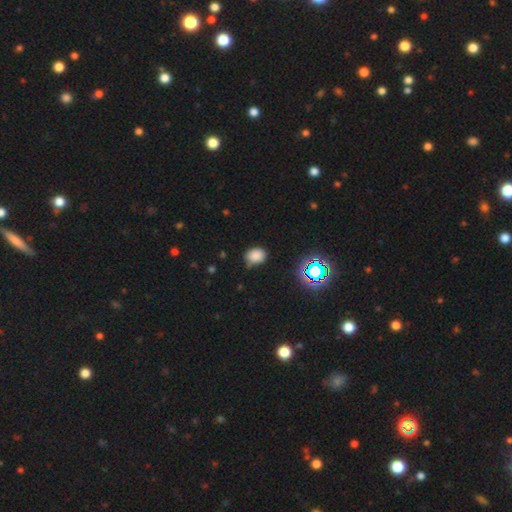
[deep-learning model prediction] Q: Smooth or featured?
A: smooth (79%); runner-up: star or artifact (15%)
Q: How rounded?
A: round (51%); runner-up: in between (48%)
Q: Merging?
A: none (69%); runner-up: minor disturbance (24%)